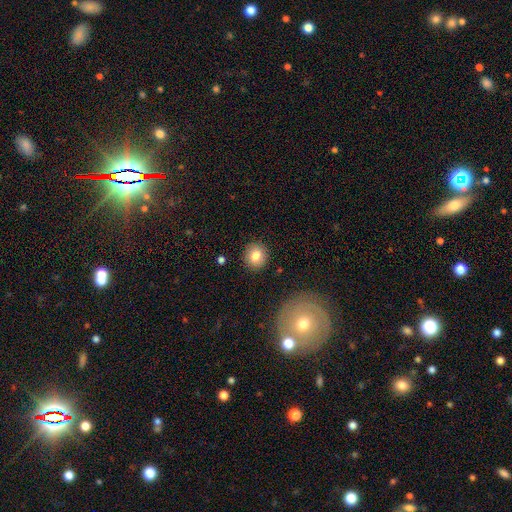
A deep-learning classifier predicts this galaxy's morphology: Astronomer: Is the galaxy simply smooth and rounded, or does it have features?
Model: smooth — 83%.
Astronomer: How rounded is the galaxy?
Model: round — 84%.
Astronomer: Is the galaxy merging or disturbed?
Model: none — 89%.